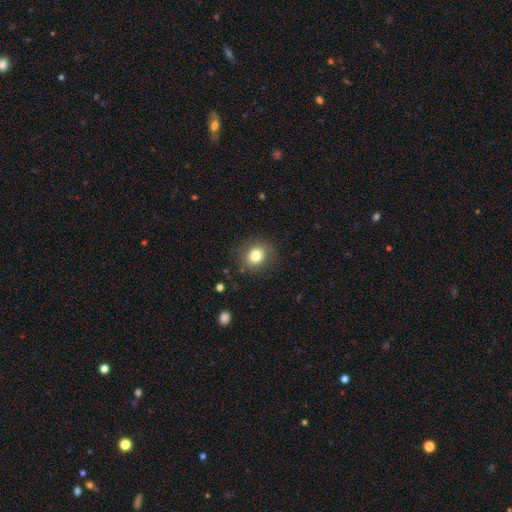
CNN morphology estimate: This appears to be a smooth galaxy with no disk features (79%) that is round (73%). Merging: none (85%).